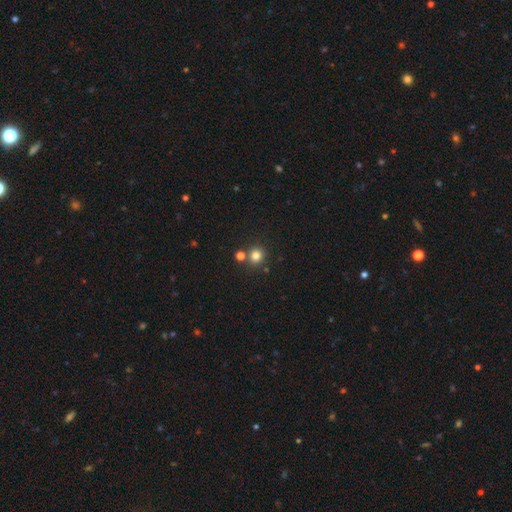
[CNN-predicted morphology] This is likely a smooth galaxy (80%). How rounded: clearly round (90%). Merging: likely none (77%).